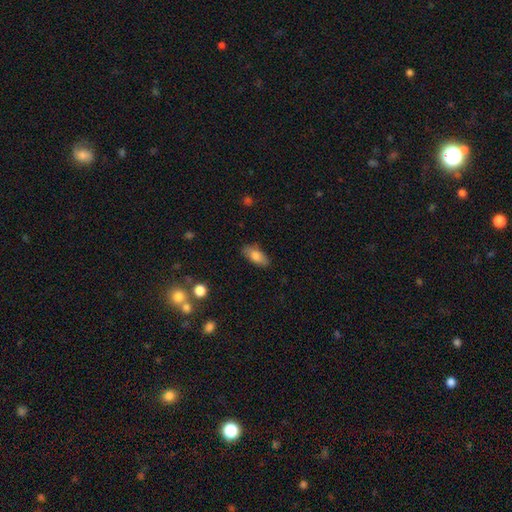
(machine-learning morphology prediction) smooth 79%, featured or disk 13%, star or artifact 7%. Down the decision tree: how rounded — in between (86%); merging — none (82%).